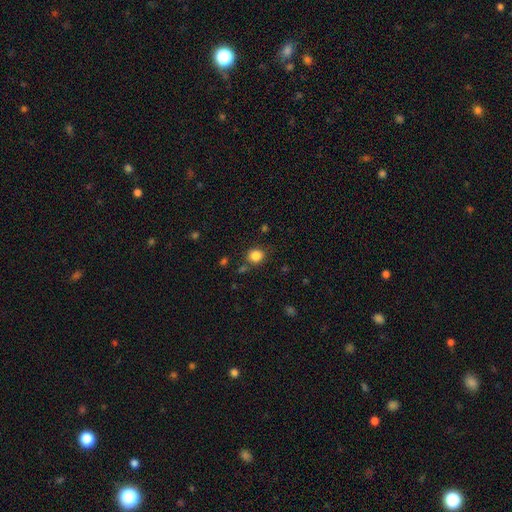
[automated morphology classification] smooth_or_featured: smooth (p=0.84) [alt: star or artifact p=0.12]
how_rounded: round (p=0.81) [alt: in between p=0.19]
merging: none (p=0.80) [alt: minor disturbance p=0.11]